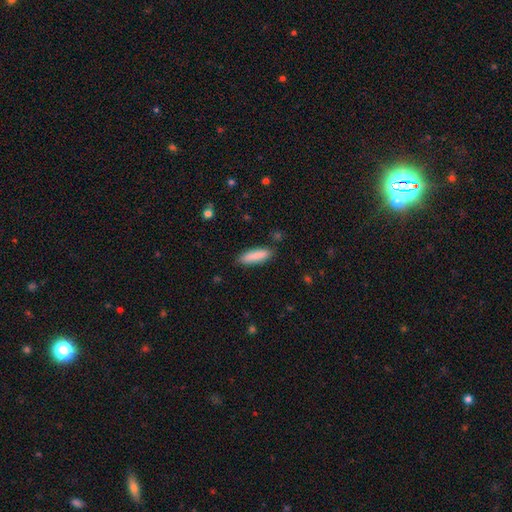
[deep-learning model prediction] Q: Smooth or featured?
A: smooth (88%); runner-up: featured or disk (6%)
Q: How rounded?
A: cigar-shaped (63%); runner-up: in between (36%)
Q: Merging?
A: none (86%); runner-up: minor disturbance (10%)